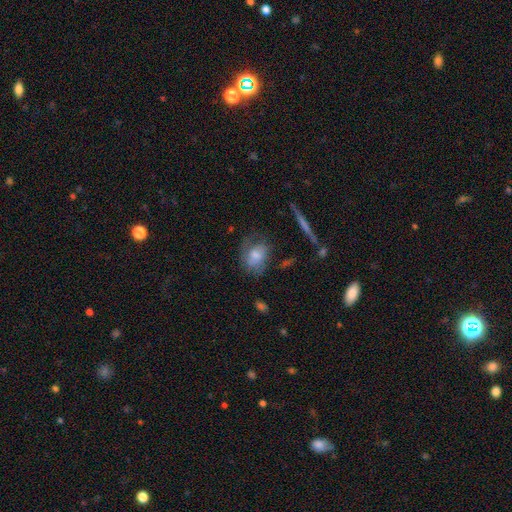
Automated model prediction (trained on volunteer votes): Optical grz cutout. It shows a smooth galaxy with no disk features (62%) that is in between round and cigar-shaped (69%). Merging: none (48%).